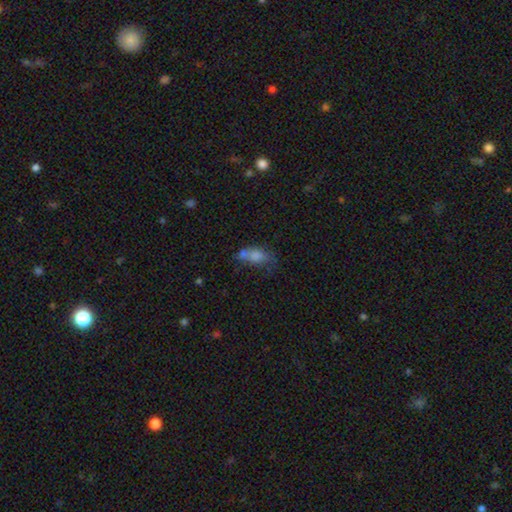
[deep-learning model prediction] Smooth or featured: smooth — 71% (featured or disk — 16%)
How rounded: in between — 77% (round — 14%)
Merging: merger — 36% (none — 32%)